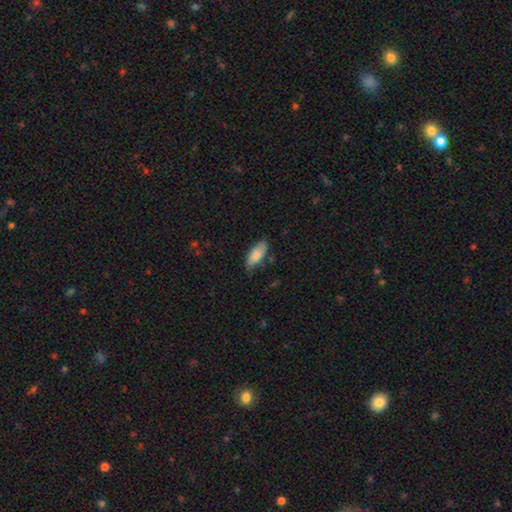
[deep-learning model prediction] Smooth or featured? Predicted: smooth (p=0.83). How rounded? Predicted: in between (p=0.82). Merging? Predicted: none (p=0.72).